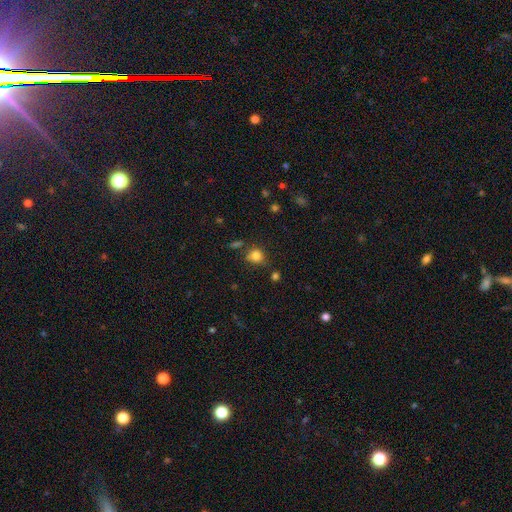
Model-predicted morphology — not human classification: This appears to be a smooth galaxy with no disk features (81%) that is round (80%). Merging: none (73%).